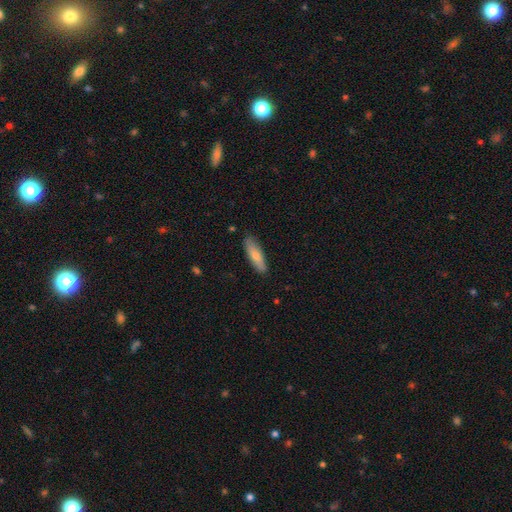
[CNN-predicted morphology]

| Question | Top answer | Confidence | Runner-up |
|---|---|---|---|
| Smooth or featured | smooth | 74% | featured or disk (21%) |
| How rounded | cigar-shaped | 58% | in between (41%) |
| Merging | none | 86% | minor disturbance (11%) |